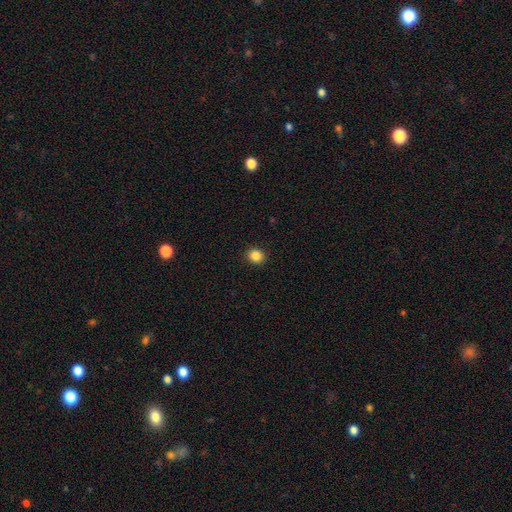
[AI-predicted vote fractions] Smooth or featured? smooth (86%)
How rounded? round (76%)
Merging? none (92%)